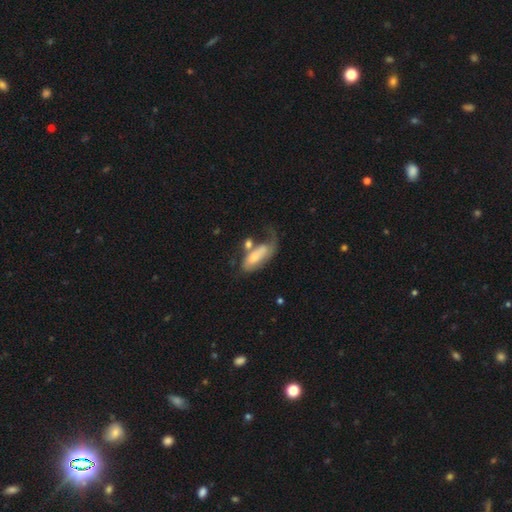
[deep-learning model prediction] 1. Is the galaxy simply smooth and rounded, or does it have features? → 56% smooth, 37% featured or disk, 7% star or artifact.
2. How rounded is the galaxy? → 75% in between, 21% cigar-shaped, 3% round.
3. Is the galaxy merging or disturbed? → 32% major disturbance, 28% merger, 23% none, 17% minor disturbance.